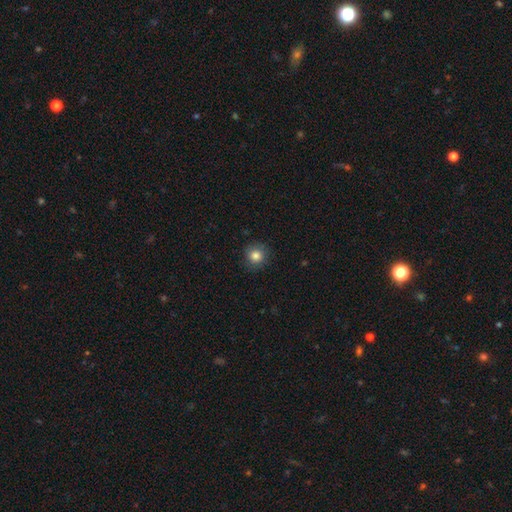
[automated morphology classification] smooth 83%, star or artifact 11%, featured or disk 6%. Down the decision tree: how rounded — round (92%); merging — none (87%).